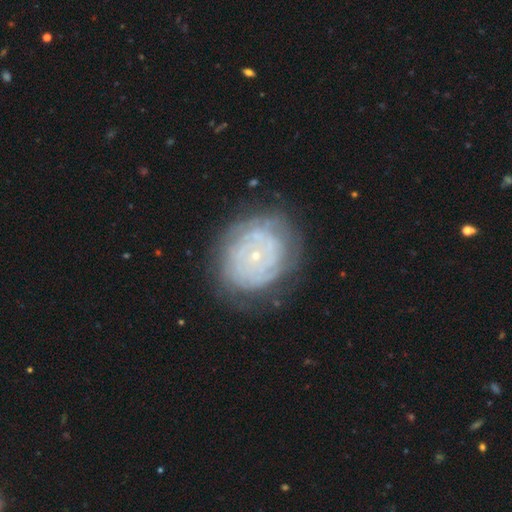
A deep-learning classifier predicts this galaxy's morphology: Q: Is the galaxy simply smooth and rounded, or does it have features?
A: featured or disk — 74%.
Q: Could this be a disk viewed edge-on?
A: no — 97%.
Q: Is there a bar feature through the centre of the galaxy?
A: no — 86%.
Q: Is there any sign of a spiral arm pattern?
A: yes — 79%.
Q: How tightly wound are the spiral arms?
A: tight — 81%.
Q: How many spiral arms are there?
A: can't tell — 52%.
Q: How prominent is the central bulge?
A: small — 87%.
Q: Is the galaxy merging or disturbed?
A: none — 74%.